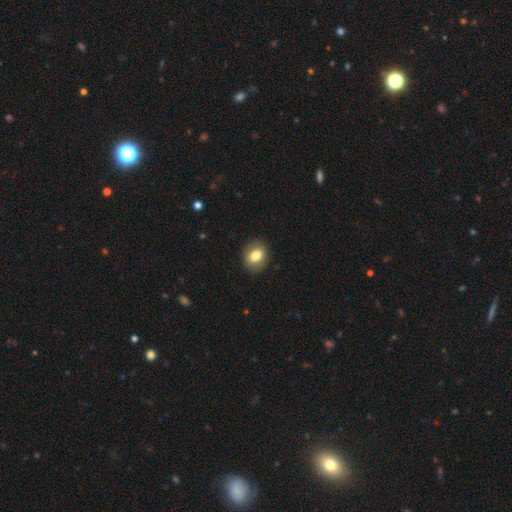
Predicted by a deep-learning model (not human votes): This appears to be a smooth galaxy with no disk features (78%) that is in between round and cigar-shaped (51%). Merging: none (88%).